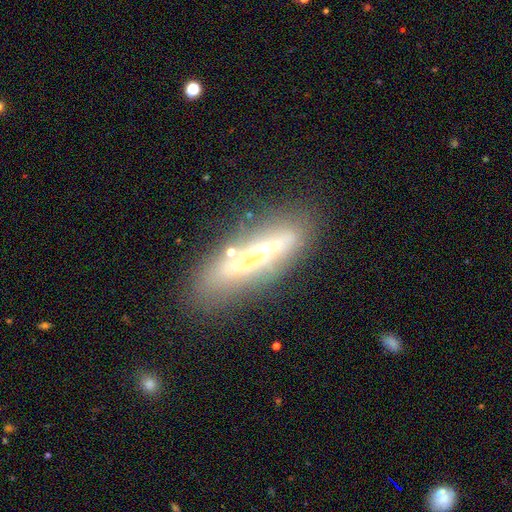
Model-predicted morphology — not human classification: smooth-or-featured: featured or disk: 61% | smooth: 29% | star or artifact: 10%
  disk-edge-on: yes: 64% | no: 36%
  merging: none: 70% | minor disturbance: 17% | major disturbance: 7% | merger: 6%